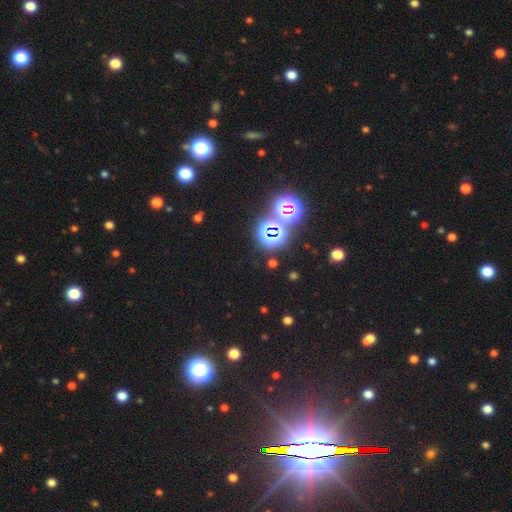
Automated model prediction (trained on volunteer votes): Smooth or featured? star or artifact (81%)